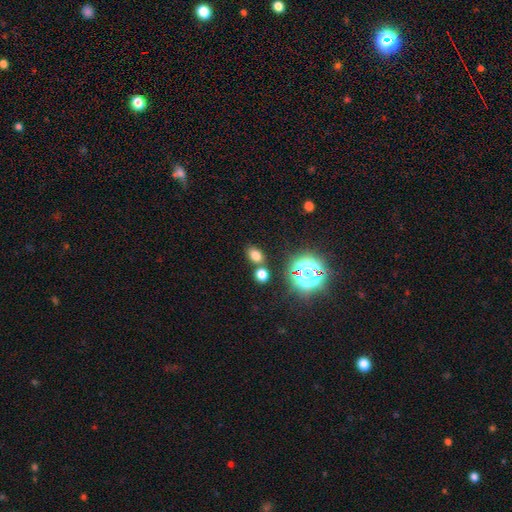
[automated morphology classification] type=smooth (70%); roundness=in between (70%); merging=none (74%).